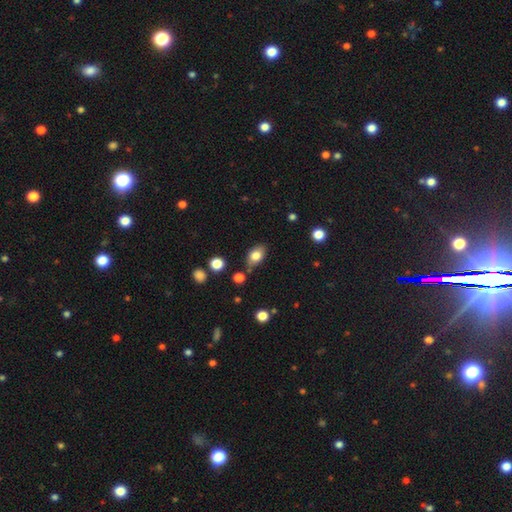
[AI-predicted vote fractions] A smooth galaxy with no disk features (79%) that is in between round and cigar-shaped (84%).

Vote fractions:
- Smooth or featured? smooth: 79% / featured or disk: 12% / star or artifact: 9%
- How rounded? in between: 84% / round: 14% / cigar-shaped: 3%
- Merging? none: 75% / minor disturbance: 16% / merger: 6% / major disturbance: 4%